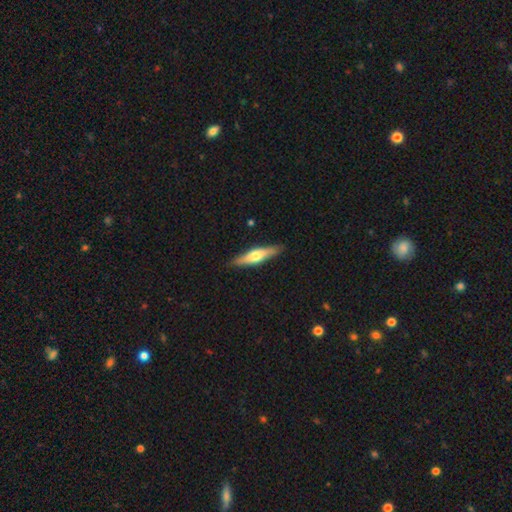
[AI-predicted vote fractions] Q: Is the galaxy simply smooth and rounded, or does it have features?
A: featured or disk — 50%.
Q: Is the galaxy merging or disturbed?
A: none — 88%.